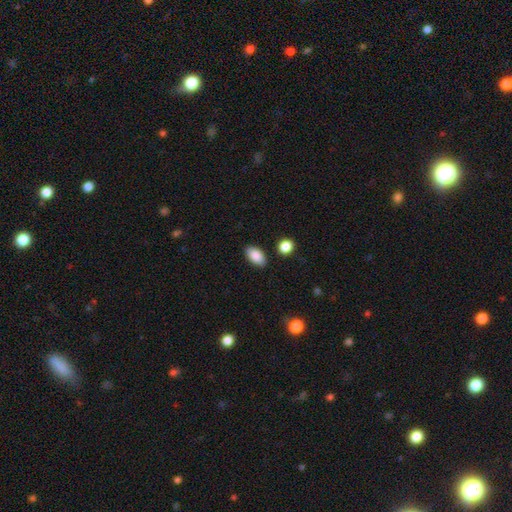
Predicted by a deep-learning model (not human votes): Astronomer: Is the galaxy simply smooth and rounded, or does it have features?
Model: smooth — 88%.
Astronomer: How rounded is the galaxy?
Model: in between — 92%.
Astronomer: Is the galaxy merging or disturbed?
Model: none — 86%.